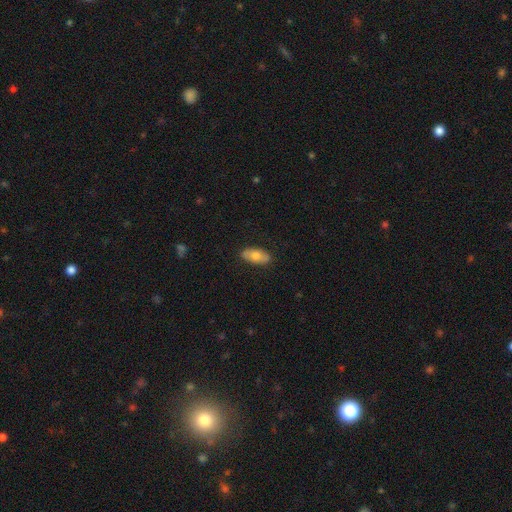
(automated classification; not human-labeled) Overall: smooth (71%). How rounded: in between (88%). Merging: none (86%).